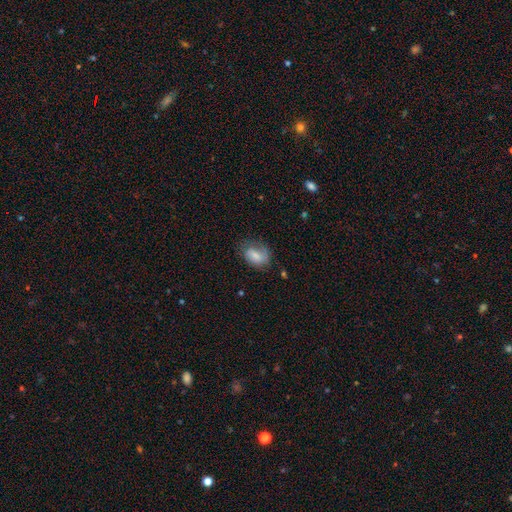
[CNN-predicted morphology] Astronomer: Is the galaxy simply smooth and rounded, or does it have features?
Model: smooth — 67%.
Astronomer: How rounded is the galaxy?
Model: in between — 83%.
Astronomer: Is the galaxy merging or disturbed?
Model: none — 54%.